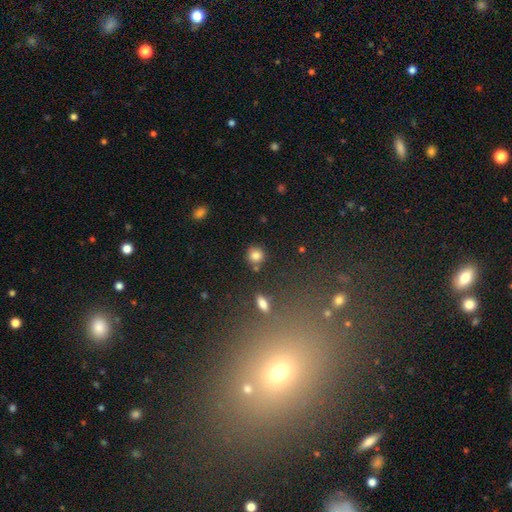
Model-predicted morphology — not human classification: This appears to be a smooth galaxy with no disk features (81%) that is round (89%). Merging: none (79%).